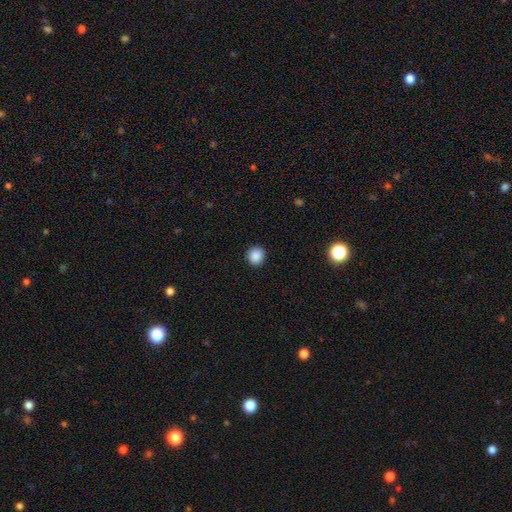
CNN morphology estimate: A smooth galaxy with no disk features (88%) that is round (89%). Merging: none (91%).